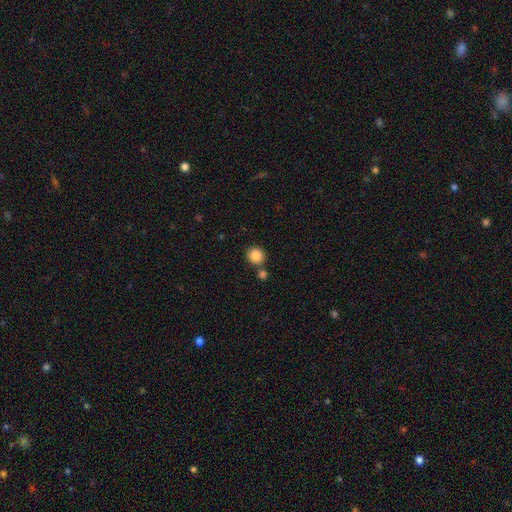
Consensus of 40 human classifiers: Smooth or featured?
  - smooth: 85% *
  - star or artifact: 12%
  - featured or disk: 2%
How rounded?
  - round: 100% *
  - in between: 0%
  - cigar-shaped: 0%
Merging?
  - none: 51% *
  - merger: 31%
  - minor disturbance: 14%
  - major disturbance: 3%